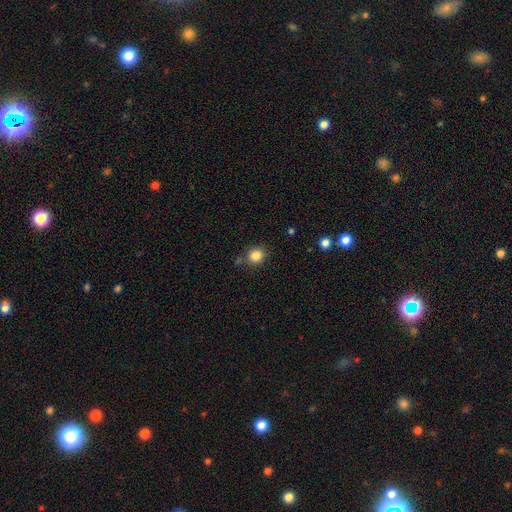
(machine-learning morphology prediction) Smooth or featured: smooth — 84% (star or artifact — 10%)
How rounded: round — 87% (in between — 12%)
Merging: none — 78% (minor disturbance — 13%)